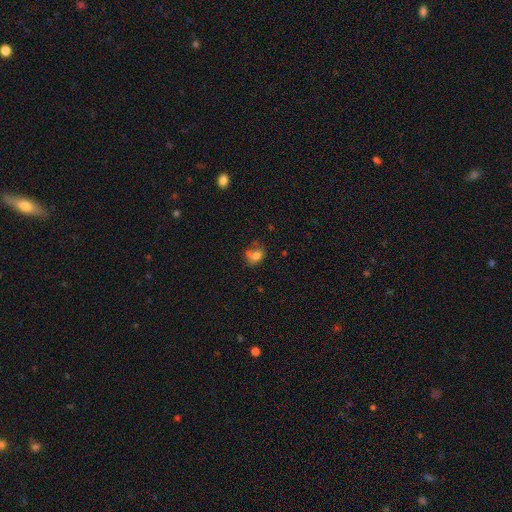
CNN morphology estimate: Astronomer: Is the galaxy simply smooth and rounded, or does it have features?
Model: smooth — 75%.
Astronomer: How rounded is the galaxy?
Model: in between — 56% (runner-up: round, 42%).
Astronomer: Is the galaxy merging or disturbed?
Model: none — 44% (runner-up: merger, 27%).